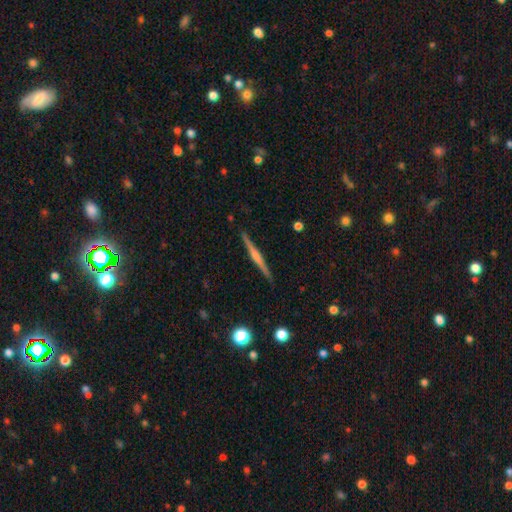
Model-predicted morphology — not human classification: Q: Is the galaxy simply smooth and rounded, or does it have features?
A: featured or disk — 74%.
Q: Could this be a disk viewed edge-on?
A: yes — 98%.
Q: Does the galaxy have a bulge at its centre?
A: rounded — 71%.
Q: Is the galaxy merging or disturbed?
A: none — 91%.